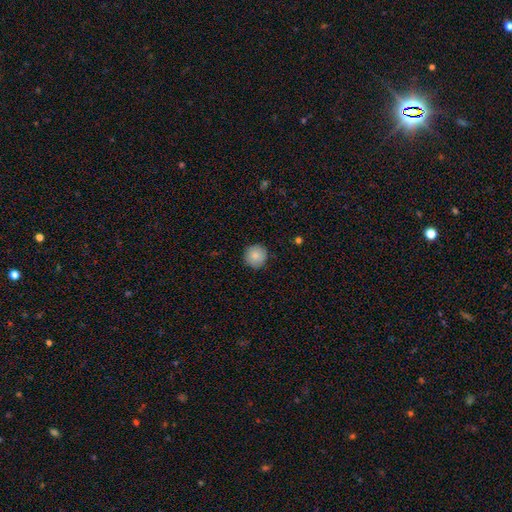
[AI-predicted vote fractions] Smooth or featured? Predicted: smooth (p=0.86). How rounded? Predicted: round (p=0.95). Merging? Predicted: none (p=0.90).